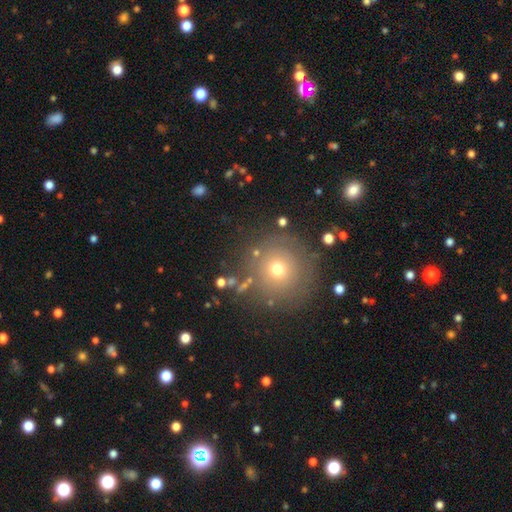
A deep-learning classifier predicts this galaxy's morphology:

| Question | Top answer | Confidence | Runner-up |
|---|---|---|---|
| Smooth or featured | smooth | 44% | star or artifact (40%) |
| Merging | none | 83% | minor disturbance (9%) |